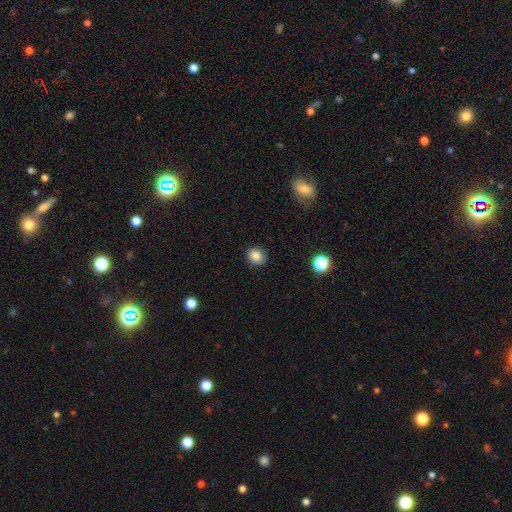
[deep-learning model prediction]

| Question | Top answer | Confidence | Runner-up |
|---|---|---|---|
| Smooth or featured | smooth | 85% | star or artifact (10%) |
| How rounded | round | 70% | in between (29%) |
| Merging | none | 88% | minor disturbance (9%) |